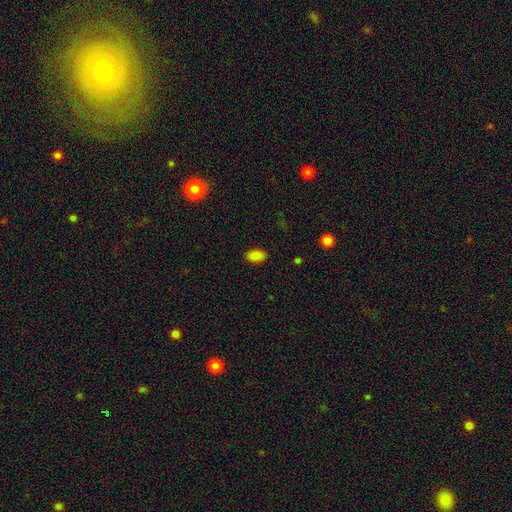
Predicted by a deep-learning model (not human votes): Smooth or featured? smooth (86%)
How rounded? in between (91%)
Merging? none (88%)